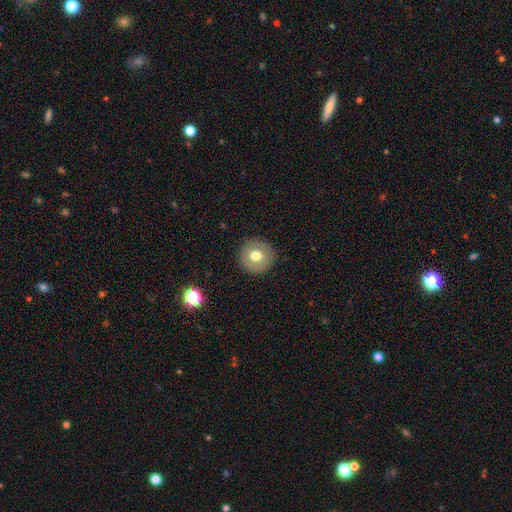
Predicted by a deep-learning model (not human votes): Q: Smooth or featured?
A: smooth (70%); runner-up: featured or disk (22%)
Q: How rounded?
A: round (94%); runner-up: in between (5%)
Q: Merging?
A: none (90%); runner-up: minor disturbance (6%)